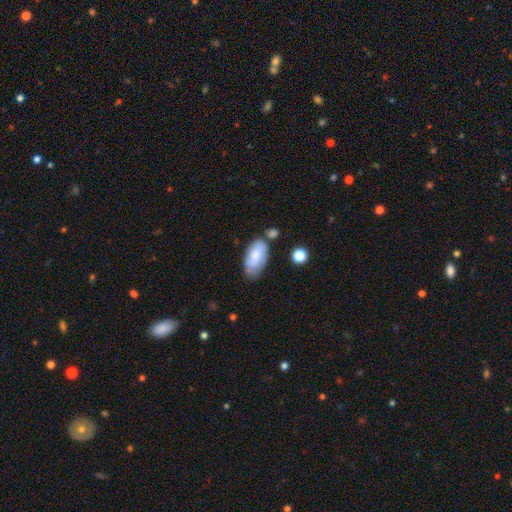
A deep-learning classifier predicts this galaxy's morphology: This is likely a smooth galaxy (69%). How rounded: clearly in between (92%). Merging: possibly none (57%).